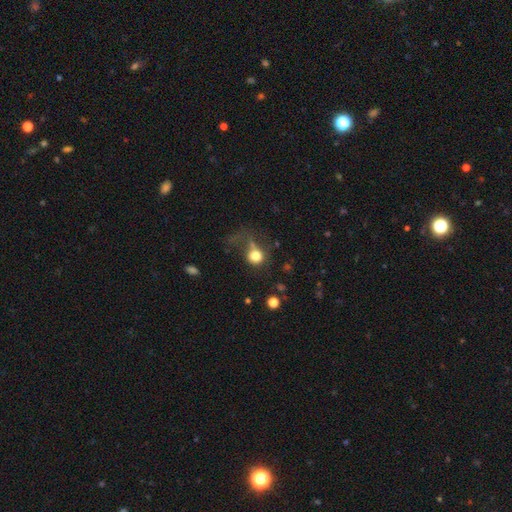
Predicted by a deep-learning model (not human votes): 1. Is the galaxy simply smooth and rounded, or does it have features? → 77% smooth, 12% featured or disk, 11% star or artifact.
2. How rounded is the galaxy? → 77% round, 22% in between, 1% cigar-shaped.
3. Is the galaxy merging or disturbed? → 38% major disturbance, 32% none, 20% minor disturbance, 9% merger.